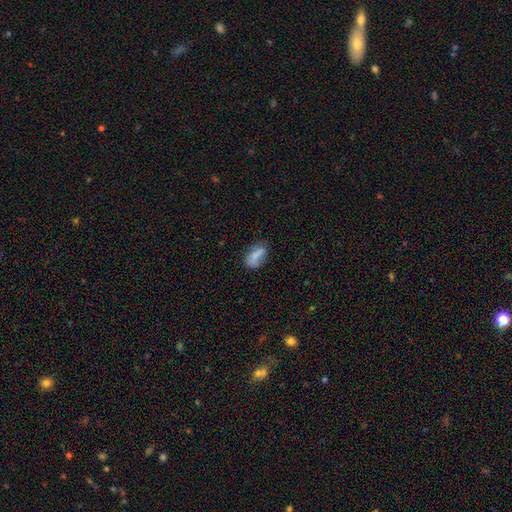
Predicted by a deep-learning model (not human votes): smooth 73%, featured or disk 17%, star or artifact 10%. Down the decision tree: how rounded — in between (86%); merging — none (51%).